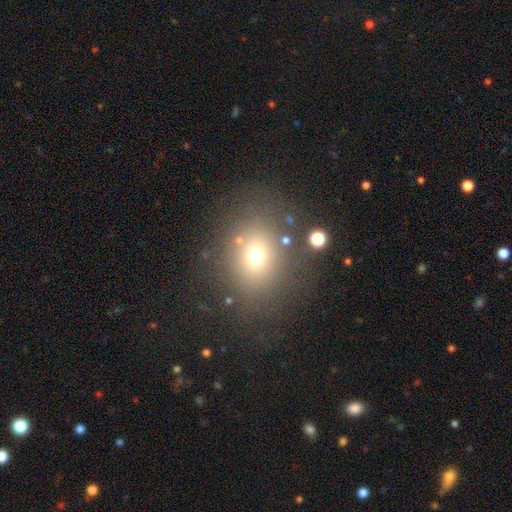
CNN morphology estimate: Smooth or featured? Predicted: smooth (p=0.67). How rounded? Predicted: round (p=0.60). Merging? Predicted: none (p=0.77).